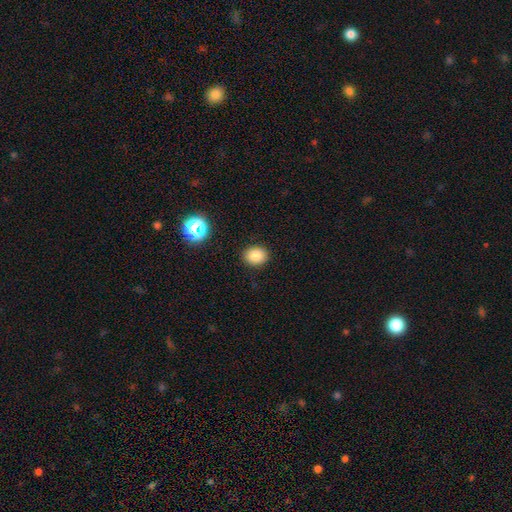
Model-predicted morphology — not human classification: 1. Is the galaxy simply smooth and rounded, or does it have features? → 82% smooth, 12% star or artifact, 6% featured or disk.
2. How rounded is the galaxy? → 54% round, 46% in between, 1% cigar-shaped.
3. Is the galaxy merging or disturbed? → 90% none, 7% minor disturbance, 2% major disturbance, 1% merger.